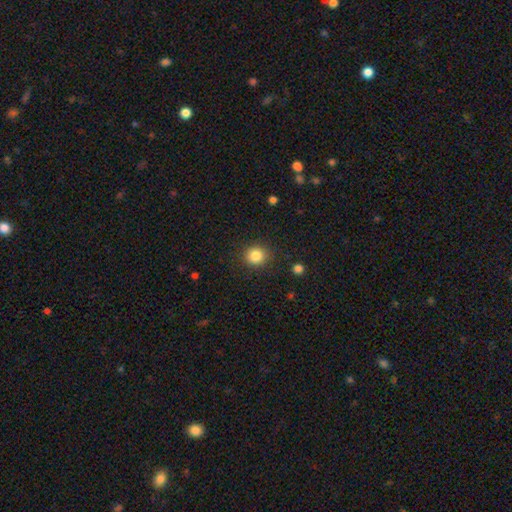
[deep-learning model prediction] smooth-or-featured: smooth: 84% | star or artifact: 11% | featured or disk: 5%
  how-rounded: round: 90% | in between: 9% | cigar-shaped: 1%
  merging: none: 89% | minor disturbance: 7% | major disturbance: 3% | merger: 1%